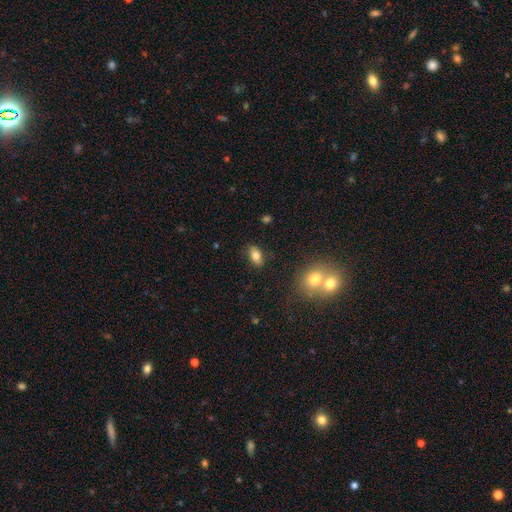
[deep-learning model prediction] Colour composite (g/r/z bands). It shows a smooth galaxy with no disk features (78%) that is in between round and cigar-shaped (87%). Merging: none (85%).